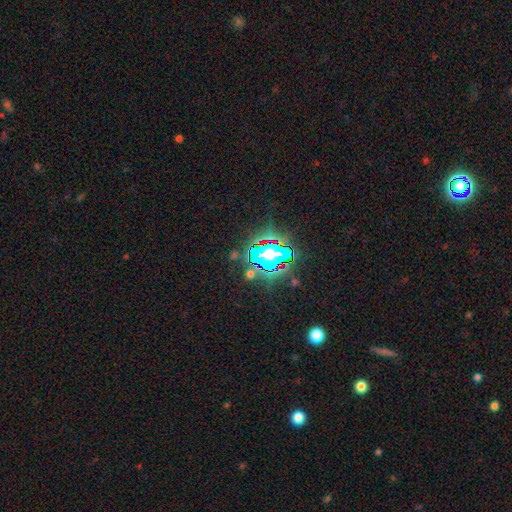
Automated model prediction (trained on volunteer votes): Smooth or featured? Predicted: star or artifact (p=0.76).